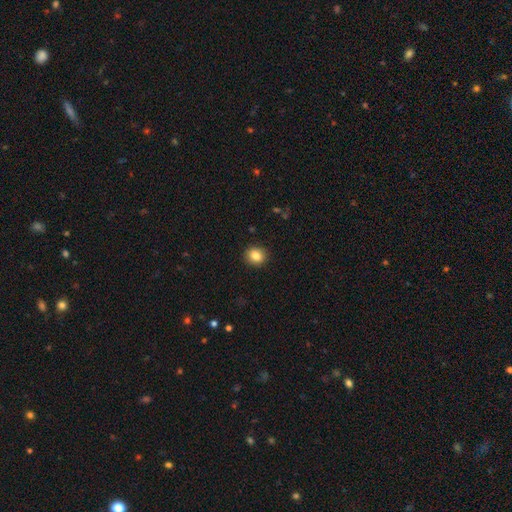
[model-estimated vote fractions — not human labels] Smooth or featured? Predicted: smooth (p=0.85). How rounded? Predicted: round (p=0.79). Merging? Predicted: none (p=0.91).